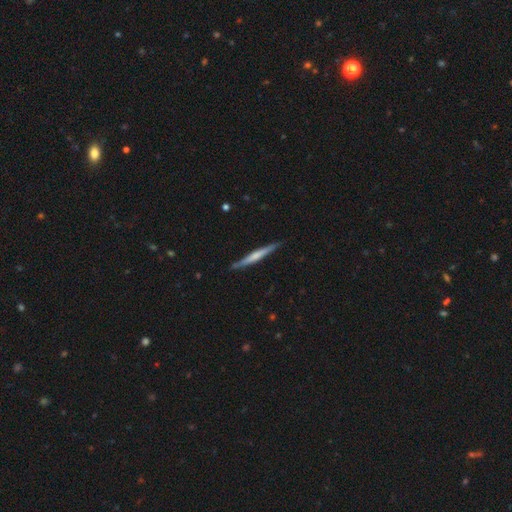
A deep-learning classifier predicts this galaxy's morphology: Smooth or featured? featured or disk (54%)
Edge-on disk? yes (97%)
Edge-on bulge? none (48%)
Merging? none (87%)